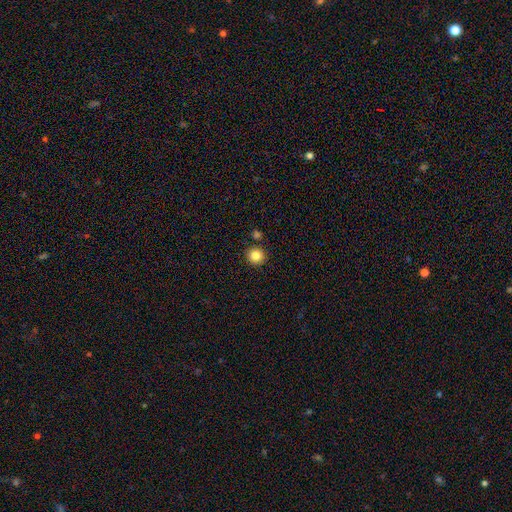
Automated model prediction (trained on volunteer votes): Smooth or featured? Predicted: smooth (p=0.84). How rounded? Predicted: round (p=0.94). Merging? Predicted: none (p=0.88).